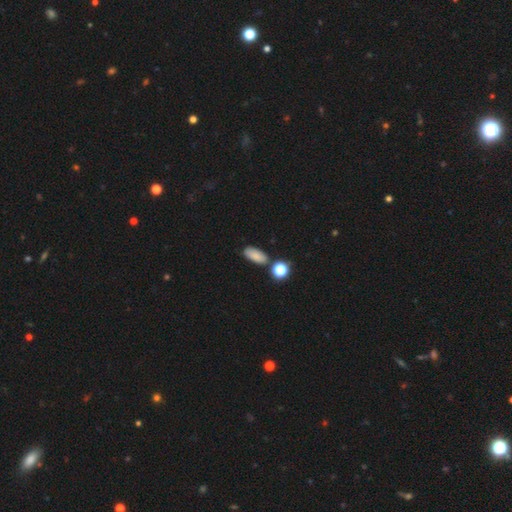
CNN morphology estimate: This appears to be a smooth galaxy with no disk features (83%) that is in between round and cigar-shaped (85%). Merging: none (76%).